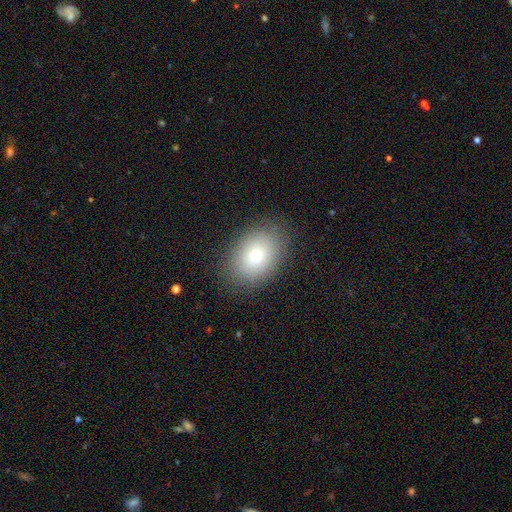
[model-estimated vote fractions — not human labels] smooth-or-featured: smooth: 76% | featured or disk: 13% | star or artifact: 11%
  how-rounded: in between: 73% | round: 26% | cigar-shaped: 1%
  merging: none: 86% | minor disturbance: 9% | major disturbance: 3% | merger: 1%